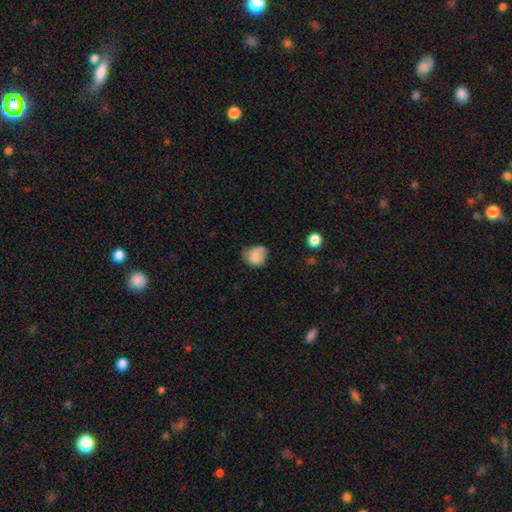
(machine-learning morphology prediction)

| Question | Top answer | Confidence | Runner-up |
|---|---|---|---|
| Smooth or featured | smooth | 77% | featured or disk (15%) |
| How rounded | round | 62% | in between (37%) |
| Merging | none | 45% | minor disturbance (37%) |